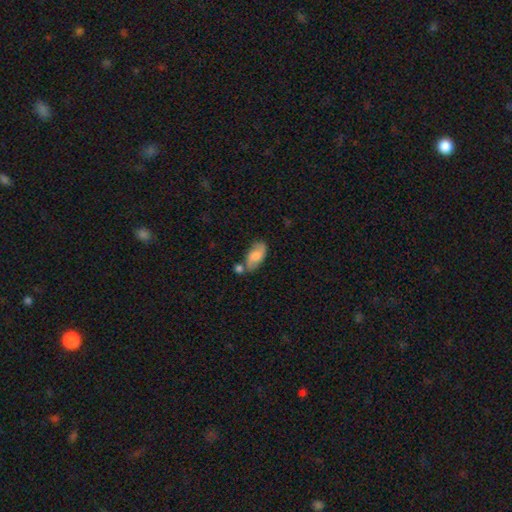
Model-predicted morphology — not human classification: smooth-or-featured: smooth: 56% | featured or disk: 36% | star or artifact: 7%
  how-rounded: in between: 91% | cigar-shaped: 5% | round: 4%
  merging: none: 55% | minor disturbance: 21% | merger: 19% | major disturbance: 6%